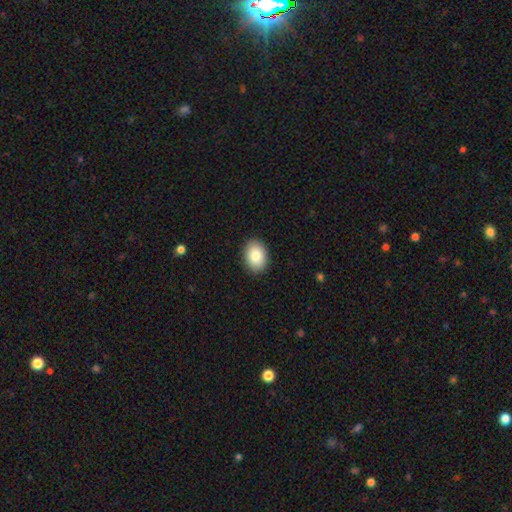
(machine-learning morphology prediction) This is clearly a smooth galaxy (85%). How rounded: likely in between (74%). Merging: clearly none (90%).